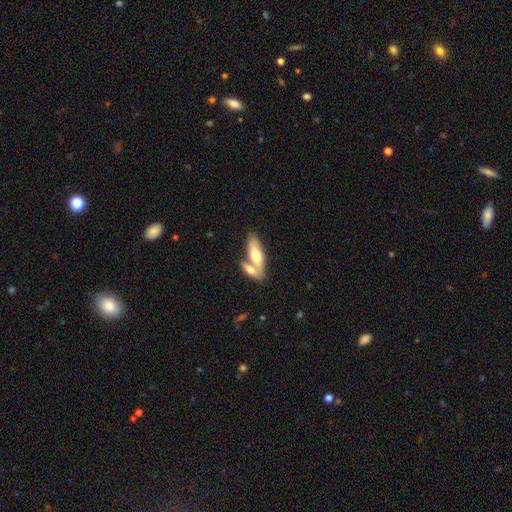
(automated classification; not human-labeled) A smooth galaxy with no disk features (64%) that is in between round and cigar-shaped (64%).

Vote fractions:
- Smooth or featured? smooth: 64% / featured or disk: 31% / star or artifact: 5%
- How rounded? in between: 64% / cigar-shaped: 34% / round: 2%
- Merging? merger: 55% / none: 34% / minor disturbance: 8% / major disturbance: 3%